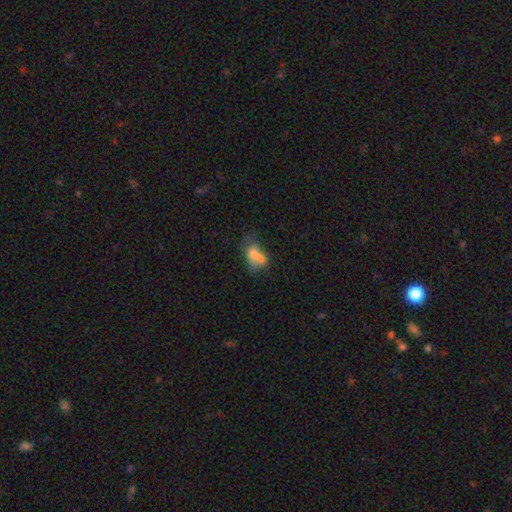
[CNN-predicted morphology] This is likely a smooth galaxy (68%). How rounded: likely in between (73%). Merging: possibly merger (57%).